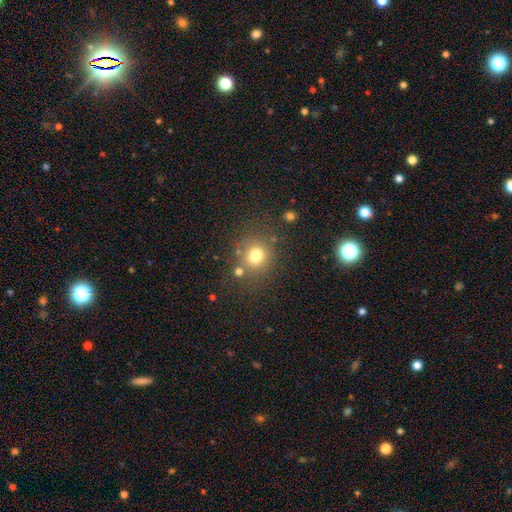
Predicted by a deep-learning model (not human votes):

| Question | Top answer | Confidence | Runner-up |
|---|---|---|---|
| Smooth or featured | smooth | 75% | star or artifact (15%) |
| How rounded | round | 76% | in between (23%) |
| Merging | none | 71% | minor disturbance (13%) |